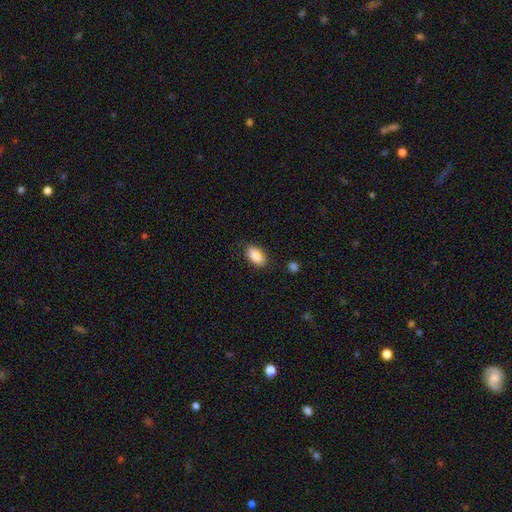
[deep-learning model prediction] This appears to be a smooth galaxy with no disk features (88%) that is in between round and cigar-shaped (92%). Merging: none (85%).